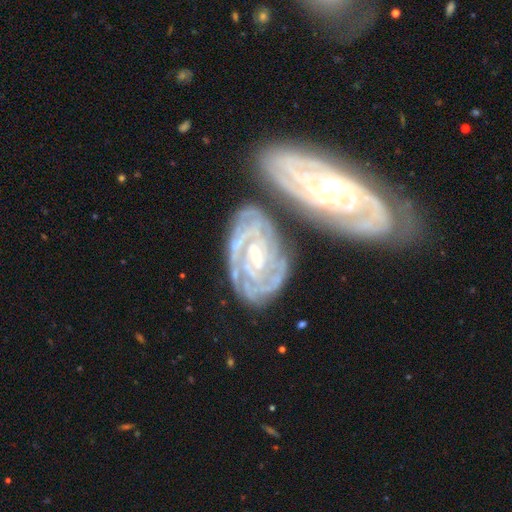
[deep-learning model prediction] A featured or disk galaxy (86%) with a weak bar (41%), tight (76%) spiral arms (94%) and a small central bulge (47%). Merging: none (50%).